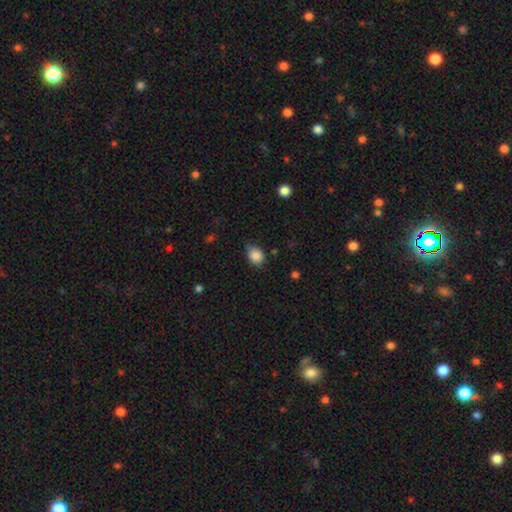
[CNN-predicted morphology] Smooth or featured? smooth (86%)
How rounded? in between (59%)
Merging? none (64%)